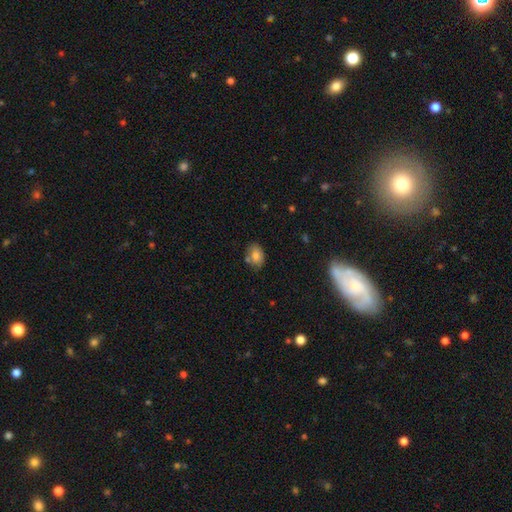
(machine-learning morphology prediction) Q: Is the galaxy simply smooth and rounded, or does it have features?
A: smooth — 78%.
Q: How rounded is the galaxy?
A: in between — 78%.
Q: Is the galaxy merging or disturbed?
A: none — 67%.